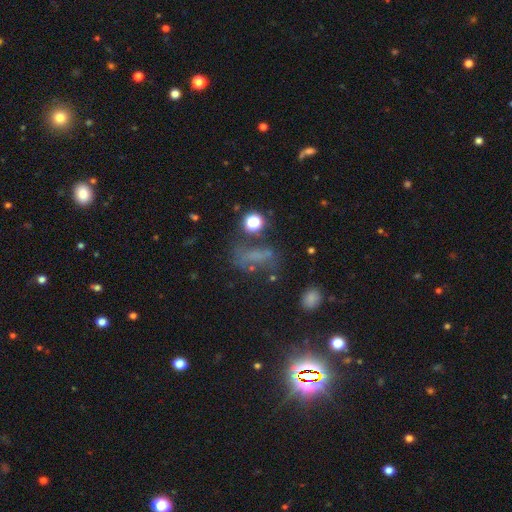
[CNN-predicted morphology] smooth 39%, star or artifact 38%, featured or disk 23%. Down the decision tree: merging — none (50%).